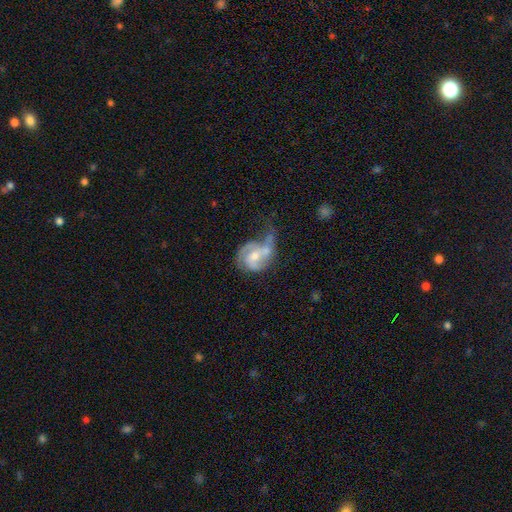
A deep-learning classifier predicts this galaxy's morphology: Smooth or featured? Predicted: featured or disk (p=0.76). Edge-on disk? Predicted: no (p=0.98). Bar? Predicted: no (p=0.55). Spiral arms? Predicted: yes (p=0.88). Spiral winding? Predicted: medium (p=0.47). Spiral arm count? Predicted: 2 (p=0.59). Bulge size? Predicted: moderate (p=0.60). Merging? Predicted: major disturbance (p=0.28).